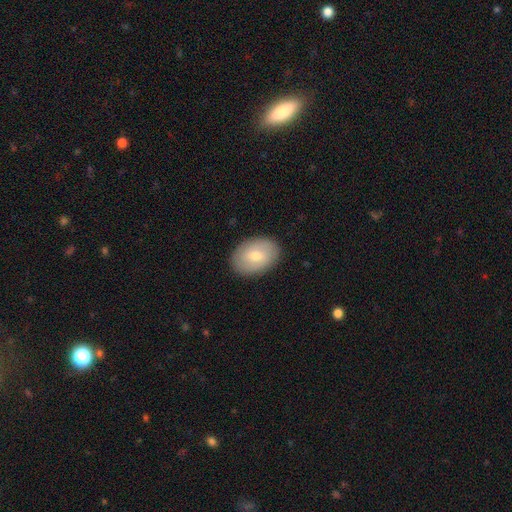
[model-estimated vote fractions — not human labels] Smooth or featured? smooth (64%)
How rounded? in between (78%)
Merging? none (88%)